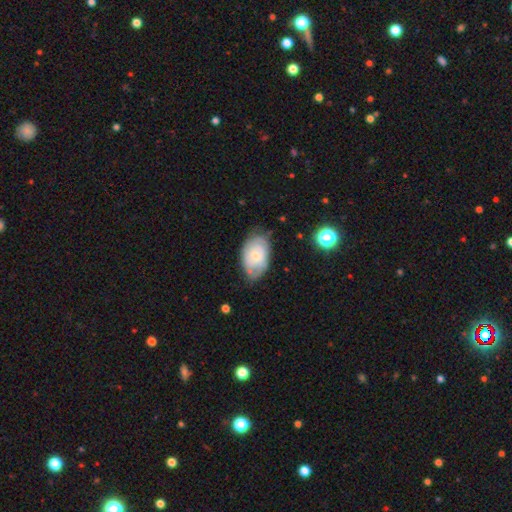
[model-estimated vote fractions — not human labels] smooth-or-featured: featured or disk: 54% | smooth: 40% | star or artifact: 7%
  disk-edge-on: no: 94% | yes: 6%
    bar: no: 70% | weak: 26% | strong: 4%
    has-spiral-arms: yes: 66% | no: 34%
    bulge-size: small: 61% | moderate: 32% | none: 3% | large: 2% | dominant: 1%
  merging: none: 63% | minor disturbance: 27% | major disturbance: 8% | merger: 2%